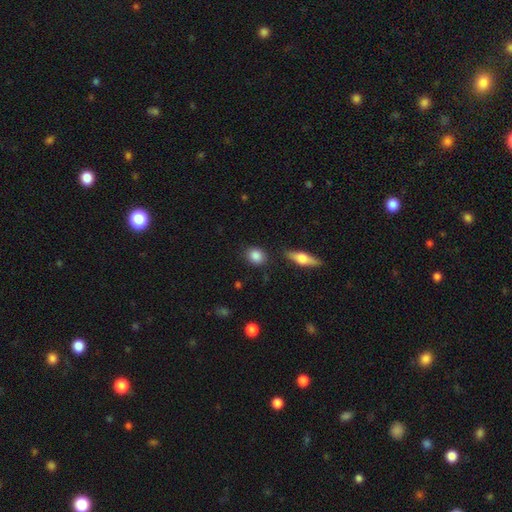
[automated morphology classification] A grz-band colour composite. It shows a smooth galaxy with no disk features (86%) that is round (61%). Merging: none (84%).